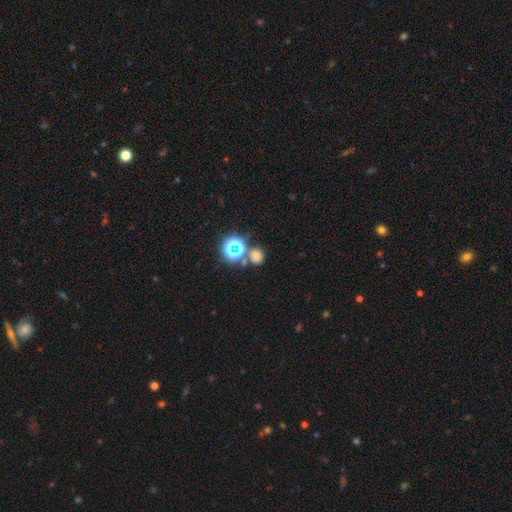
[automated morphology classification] Q: Smooth or featured?
A: smooth (67%); runner-up: star or artifact (27%)
Q: How rounded?
A: round (84%); runner-up: in between (15%)
Q: Merging?
A: none (69%); runner-up: merger (18%)